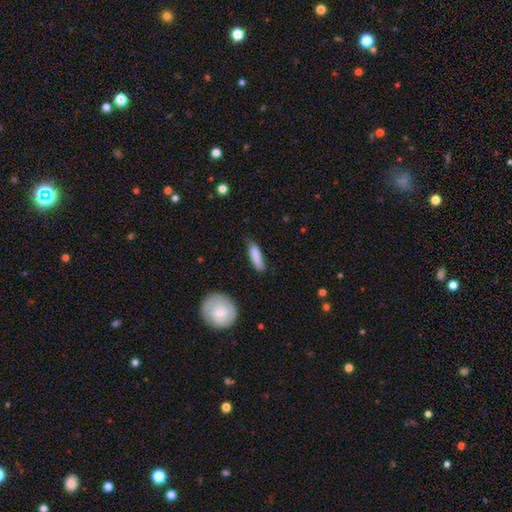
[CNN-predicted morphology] smooth_or_featured: smooth (p=0.84) [alt: featured or disk p=0.11]
how_rounded: cigar-shaped (p=0.66) [alt: in between p=0.32]
merging: none (p=0.72) [alt: minor disturbance p=0.21]